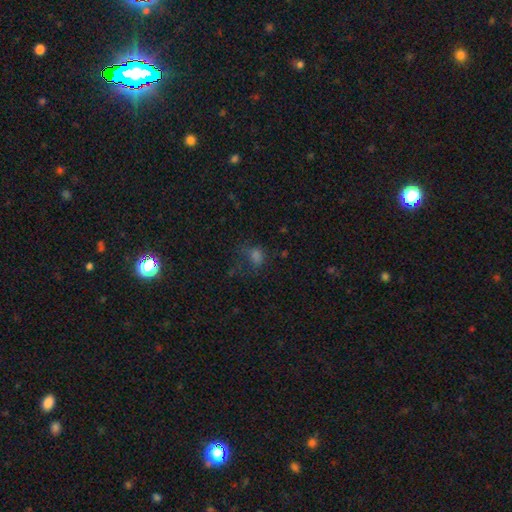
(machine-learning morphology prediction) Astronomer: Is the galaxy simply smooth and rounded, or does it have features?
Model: smooth — 55% (runner-up: star or artifact, 31%).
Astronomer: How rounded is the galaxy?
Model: in between — 53% (runner-up: round, 45%).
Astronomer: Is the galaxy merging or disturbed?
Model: none — 45% (runner-up: major disturbance, 31%).